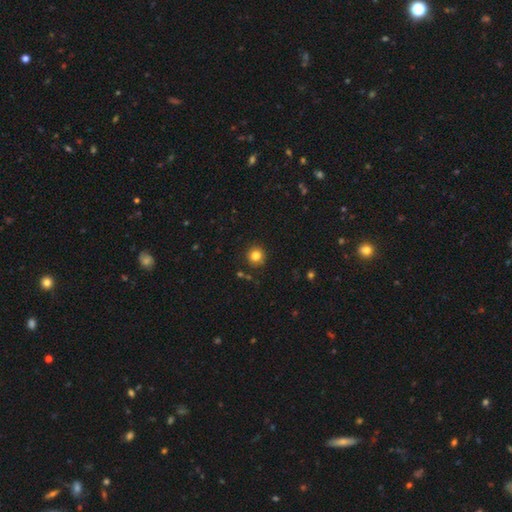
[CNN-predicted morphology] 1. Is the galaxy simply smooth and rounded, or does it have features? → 83% smooth, 12% star or artifact, 5% featured or disk.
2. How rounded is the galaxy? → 93% round, 6% in between, 1% cigar-shaped.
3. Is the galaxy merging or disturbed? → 90% none, 6% minor disturbance, 2% major disturbance, 2% merger.